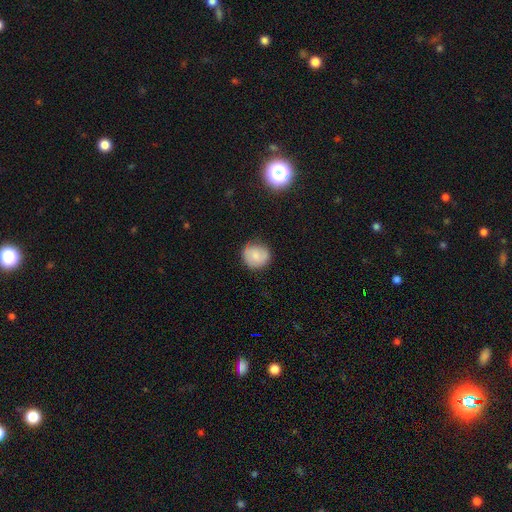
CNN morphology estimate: Smooth or featured?
  - smooth: 77% *
  - featured or disk: 15%
  - star or artifact: 8%
How rounded?
  - round: 89% *
  - in between: 10%
  - cigar-shaped: 1%
Merging?
  - none: 79% *
  - minor disturbance: 16%
  - major disturbance: 4%
  - merger: 1%